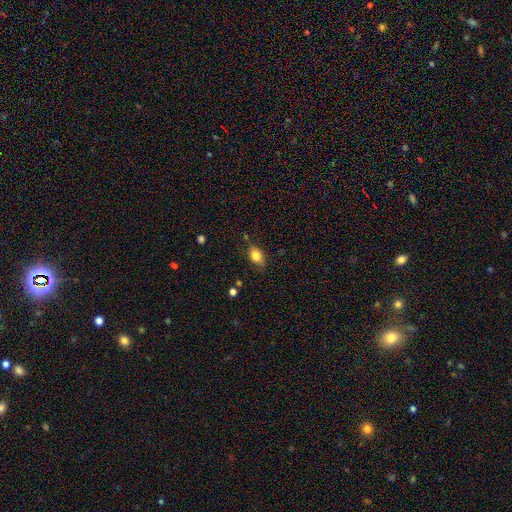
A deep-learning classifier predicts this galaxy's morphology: A smooth galaxy with no disk features (81%) that is in between round and cigar-shaped (73%).

Vote fractions:
- Smooth or featured? smooth: 81% / featured or disk: 10% / star or artifact: 9%
- How rounded? in between: 73% / round: 24% / cigar-shaped: 2%
- Merging? none: 73% / minor disturbance: 20% / major disturbance: 4% / merger: 2%